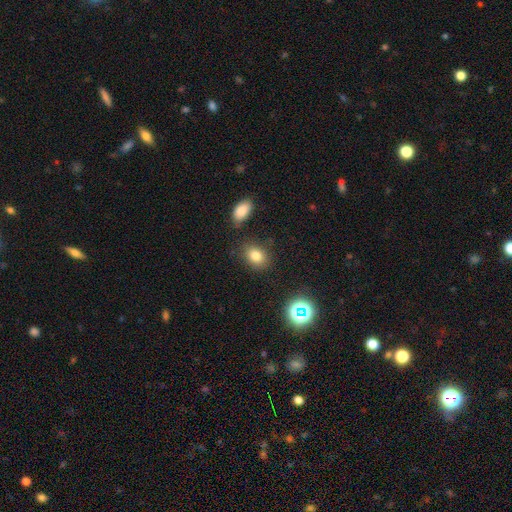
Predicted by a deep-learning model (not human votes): Morphology: type=smooth (80%); roundness=in between (68%); merging=none (80%).